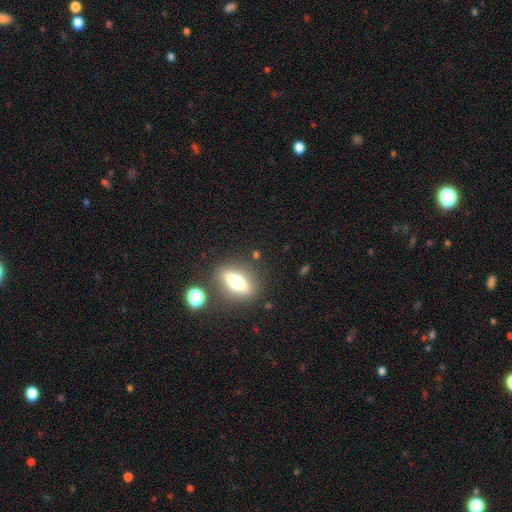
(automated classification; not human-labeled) This is possibly a smooth galaxy (48%). Merging: clearly none (80%).